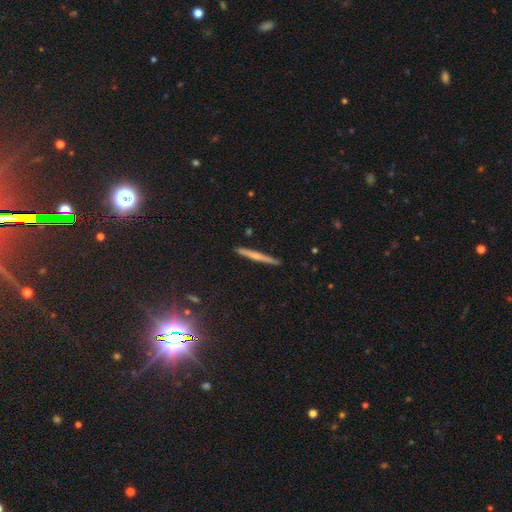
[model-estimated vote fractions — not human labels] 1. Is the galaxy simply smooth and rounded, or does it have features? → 48% featured or disk, 43% smooth, 9% star or artifact.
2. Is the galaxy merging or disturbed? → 91% none, 6% minor disturbance, 1% merger, 1% major disturbance.